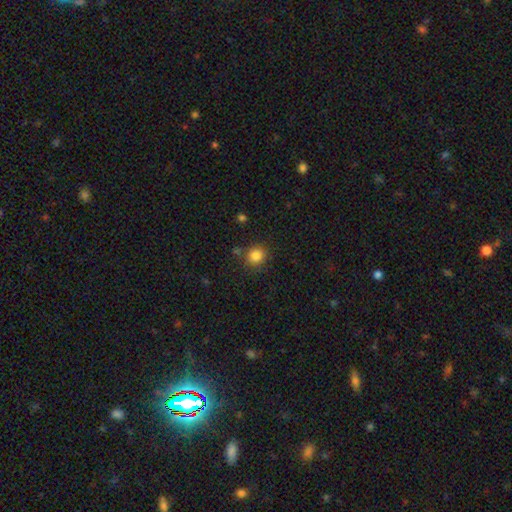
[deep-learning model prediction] Q: Smooth or featured?
A: smooth (84%); runner-up: star or artifact (11%)
Q: How rounded?
A: round (85%); runner-up: in between (14%)
Q: Merging?
A: none (80%); runner-up: minor disturbance (11%)